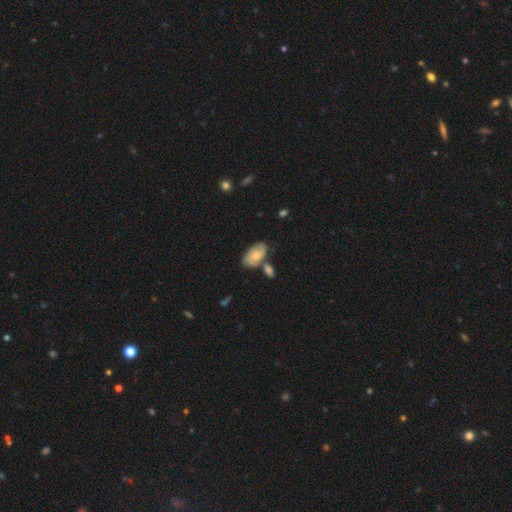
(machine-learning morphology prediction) smooth-or-featured: smooth: 51% | featured or disk: 42% | star or artifact: 7%
  how-rounded: in between: 92% | round: 5% | cigar-shaped: 2%
  merging: none: 55% | merger: 20% | minor disturbance: 19% | major disturbance: 5%